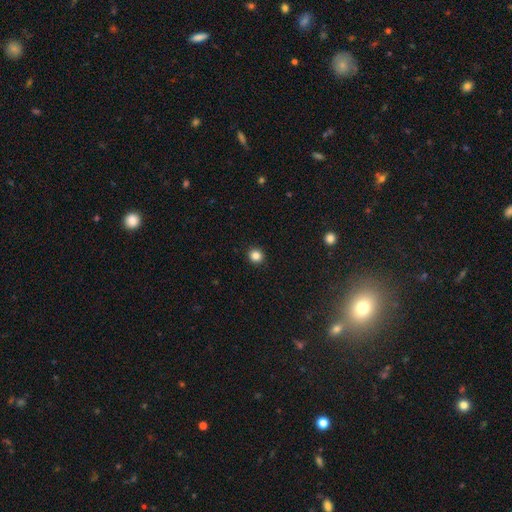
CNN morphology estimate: The model was most divided on "smooth or featured": smooth: 85%, star or artifact: 11%, featured or disk: 4%. More confident: merging — none (93%); how rounded — round (91%).